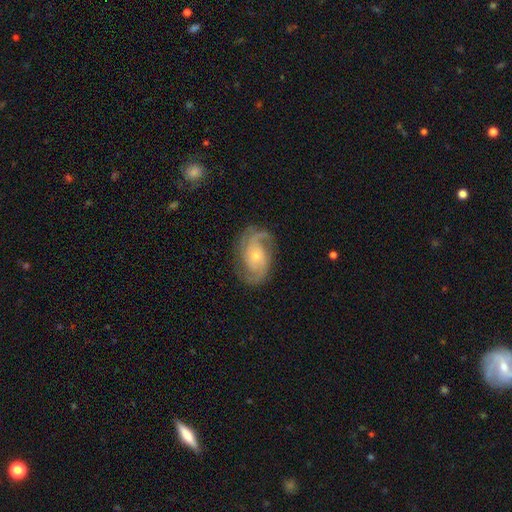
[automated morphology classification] This appears to be a featured or disk galaxy (88%) with no bar (69%), 2 (50%) medium (47%) spiral arms (98%) and a small central bulge (60%). Merging: none (76%).